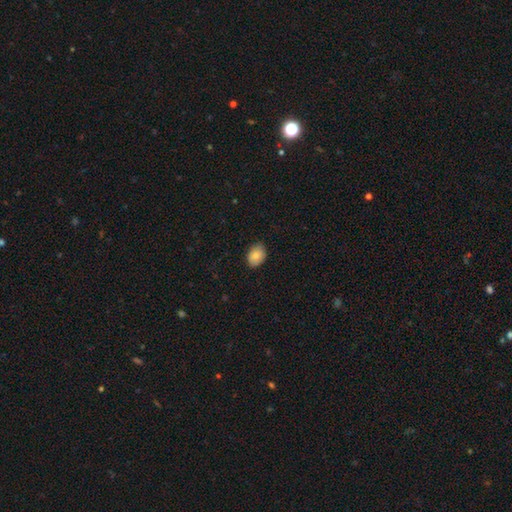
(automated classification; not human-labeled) This appears to be a smooth galaxy with no disk features (81%) that is in between round and cigar-shaped (72%). Merging: none (84%).